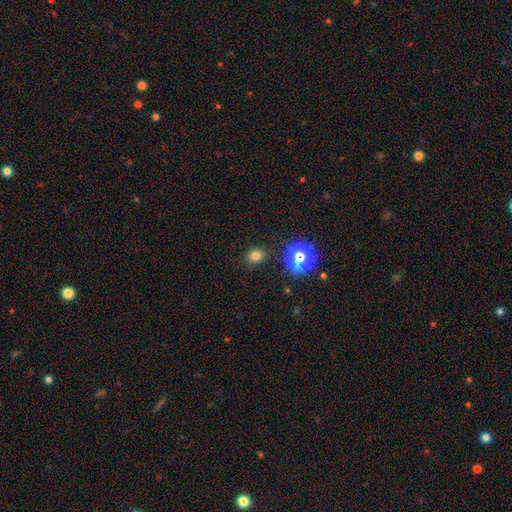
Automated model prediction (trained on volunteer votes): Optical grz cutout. It shows a smooth galaxy with no disk features (75%) that is round (66%). Merging: none (87%).